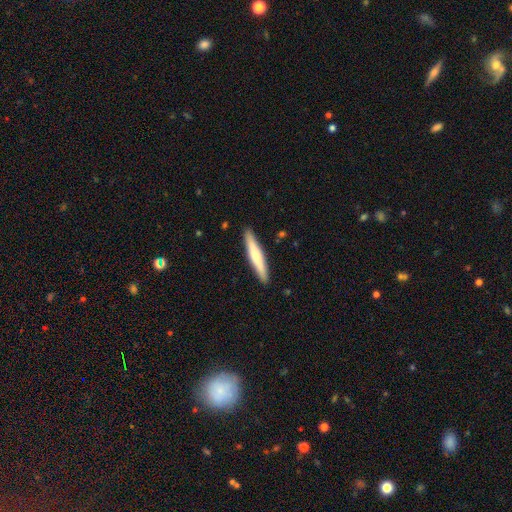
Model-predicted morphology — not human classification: This is possibly a smooth galaxy (55%). How rounded: clearly cigar-shaped (93%). Merging: clearly none (91%).